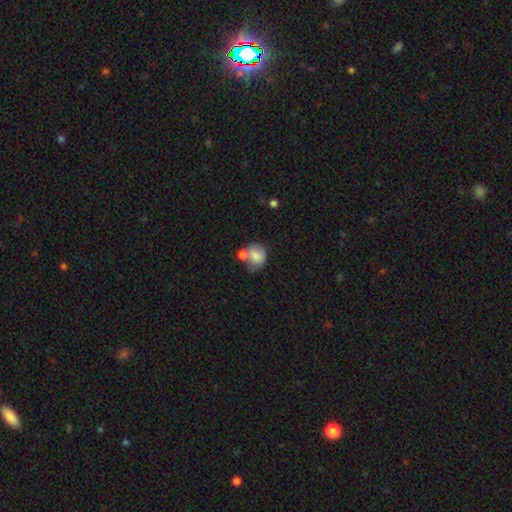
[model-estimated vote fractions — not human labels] Smooth or featured: smooth — 76% (featured or disk — 15%)
How rounded: round — 57% (in between — 41%)
Merging: merger — 39% (none — 35%)